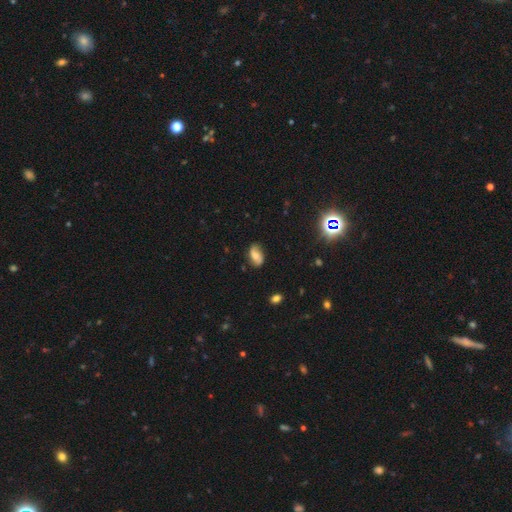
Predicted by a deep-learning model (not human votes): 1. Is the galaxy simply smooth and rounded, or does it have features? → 44% featured or disk (tied), 44% smooth (tied), 12% star or artifact.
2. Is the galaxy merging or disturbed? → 75% none, 19% minor disturbance, 4% major disturbance, 2% merger.